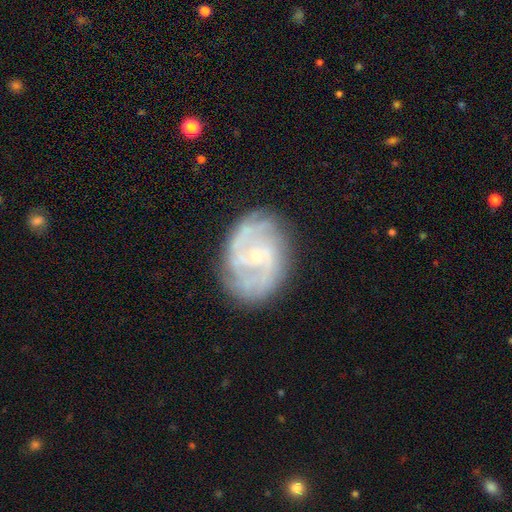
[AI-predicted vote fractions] The model was most divided on "spiral winding": tight: 46%, medium: 42%, loose: 12%. More confident: edge-on disk — no (97%); spiral arms — yes (94%); smooth or featured — featured or disk (85%); bulge size — small (79%); merging — none (79%); bar — no (54%); spiral arm count — 2 (52%).